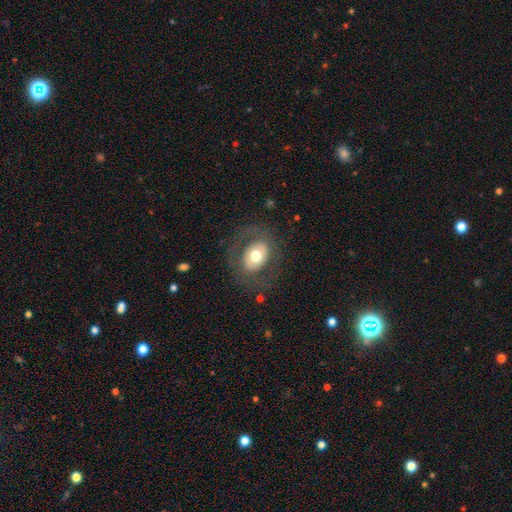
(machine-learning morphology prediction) Smooth or featured?
  - smooth: 54% *
  - featured or disk: 38%
  - star or artifact: 8%
How rounded?
  - in between: 59% *
  - round: 40%
  - cigar-shaped: 1%
Merging?
  - none: 75% *
  - minor disturbance: 13%
  - major disturbance: 11%
  - merger: 1%